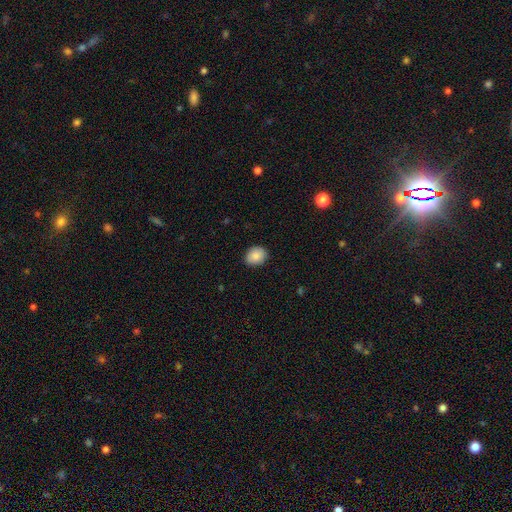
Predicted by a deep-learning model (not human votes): Q: Smooth or featured?
A: smooth (87%); runner-up: star or artifact (8%)
Q: How rounded?
A: round (54%); runner-up: in between (45%)
Q: Merging?
A: none (87%); runner-up: minor disturbance (10%)